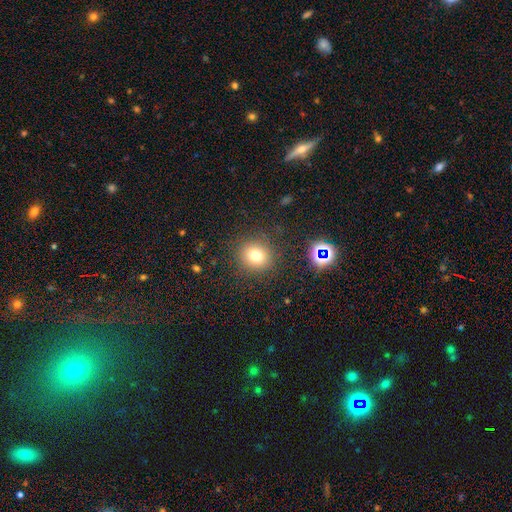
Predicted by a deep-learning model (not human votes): The model was most divided on "smooth or featured": smooth: 74%, star or artifact: 17%, featured or disk: 9%. More confident: how rounded — round (88%); merging — none (87%).